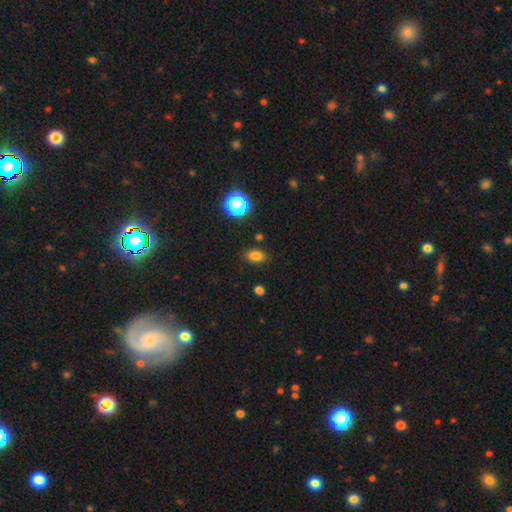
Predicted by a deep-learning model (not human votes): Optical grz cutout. It shows a smooth galaxy with no disk features (80%) that is in between round and cigar-shaped (77%). Merging: none (84%).